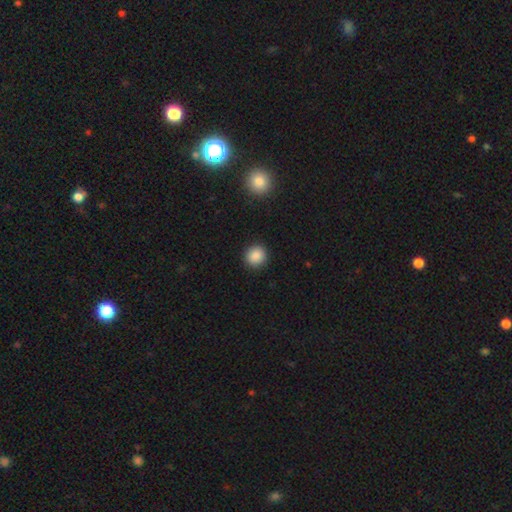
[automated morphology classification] Smooth or featured?
  - smooth: 88% *
  - star or artifact: 9%
  - featured or disk: 3%
How rounded?
  - round: 87% *
  - in between: 12%
  - cigar-shaped: 1%
Merging?
  - none: 92% *
  - minor disturbance: 5%
  - major disturbance: 2%
  - merger: 1%